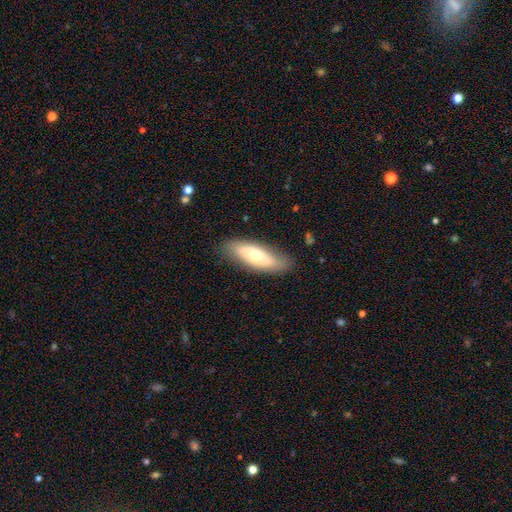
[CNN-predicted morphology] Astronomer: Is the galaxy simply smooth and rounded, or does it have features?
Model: smooth — 53% (runner-up: featured or disk, 42%).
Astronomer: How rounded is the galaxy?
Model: in between — 65%.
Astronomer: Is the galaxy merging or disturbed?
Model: none — 82%.